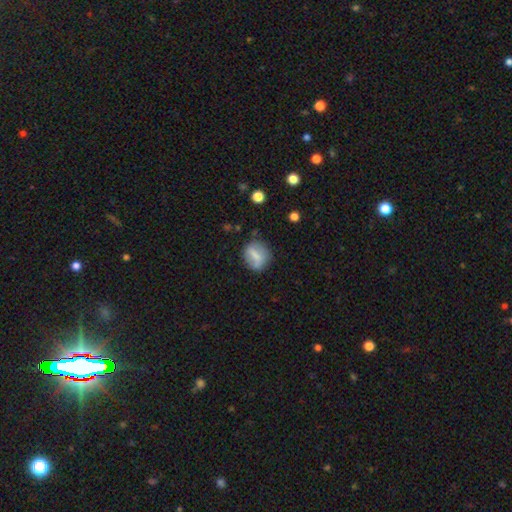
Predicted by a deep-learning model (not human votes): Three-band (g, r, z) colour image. It shows a smooth galaxy with no disk features (58%) that is round (54%). Merging: none (74%).